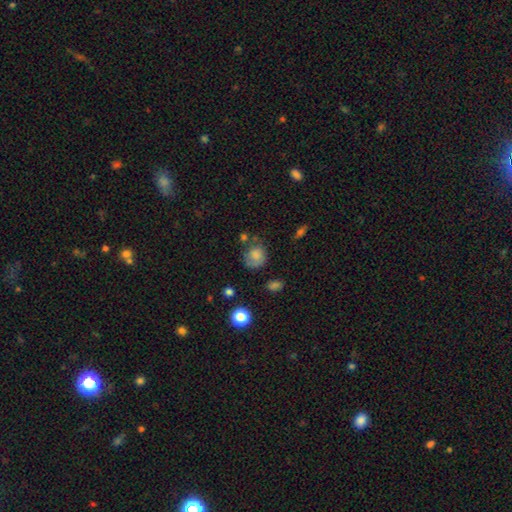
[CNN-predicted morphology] smooth_or_featured: smooth (p=0.72) [alt: featured or disk p=0.17]
how_rounded: round (p=0.70) [alt: in between p=0.29]
merging: none (p=0.51) [alt: minor disturbance p=0.27]